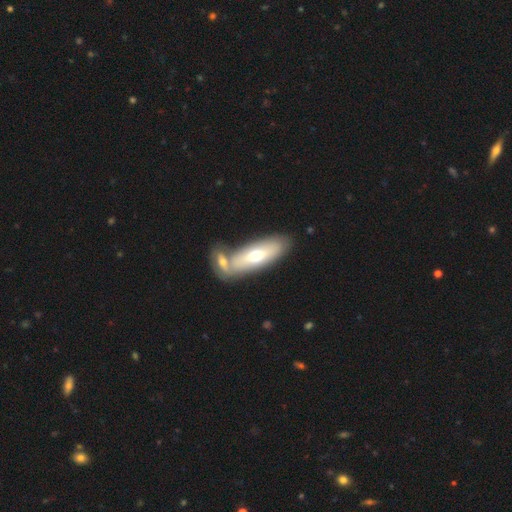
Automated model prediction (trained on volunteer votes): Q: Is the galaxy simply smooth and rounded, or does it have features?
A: smooth — 56%.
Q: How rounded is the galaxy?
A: in between — 63%.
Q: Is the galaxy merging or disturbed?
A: none — 53%.